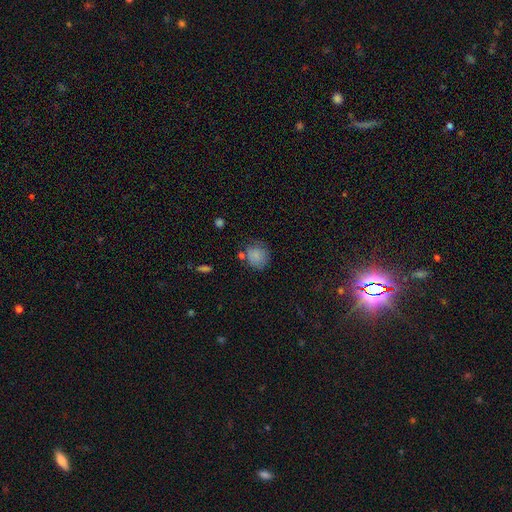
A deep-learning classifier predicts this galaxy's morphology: Q: Smooth or featured?
A: smooth (83%); runner-up: star or artifact (10%)
Q: How rounded?
A: round (84%); runner-up: in between (15%)
Q: Merging?
A: none (70%); runner-up: minor disturbance (18%)